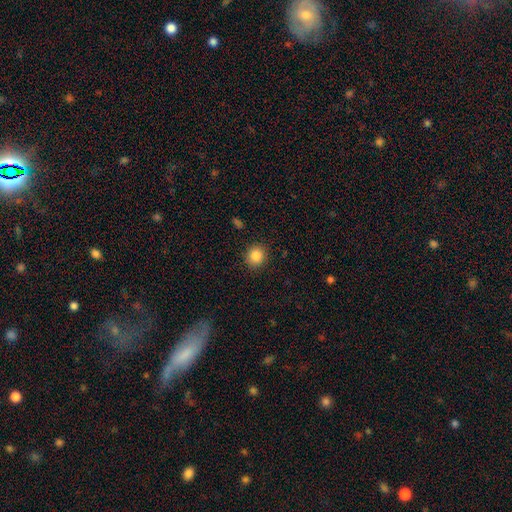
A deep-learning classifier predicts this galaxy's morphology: A smooth galaxy with no disk features (85%) that is round (86%).

Vote fractions:
- Smooth or featured? smooth: 85% / star or artifact: 10% / featured or disk: 5%
- How rounded? round: 86% / in between: 13% / cigar-shaped: 1%
- Merging? none: 90% / minor disturbance: 6% / major disturbance: 2% / merger: 1%